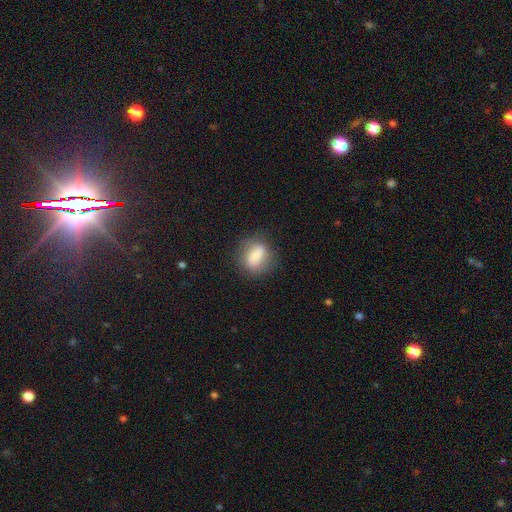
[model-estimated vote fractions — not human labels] Overall: smooth (73%). How rounded: in between (56%; round 39%). Merging: none (76%).